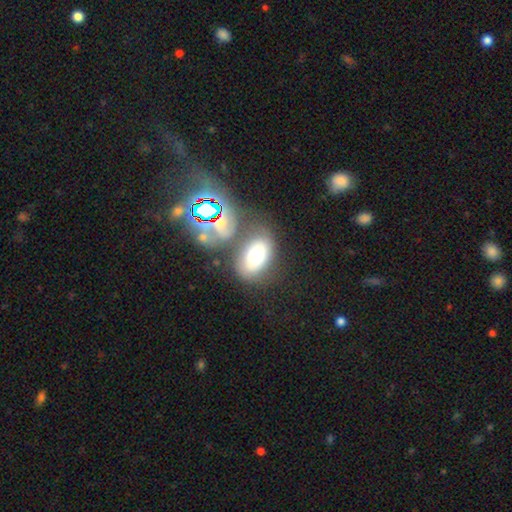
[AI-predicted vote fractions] Smooth or featured? Predicted: smooth (p=0.61). How rounded? Predicted: in between (p=0.84). Merging? Predicted: none (p=0.56).